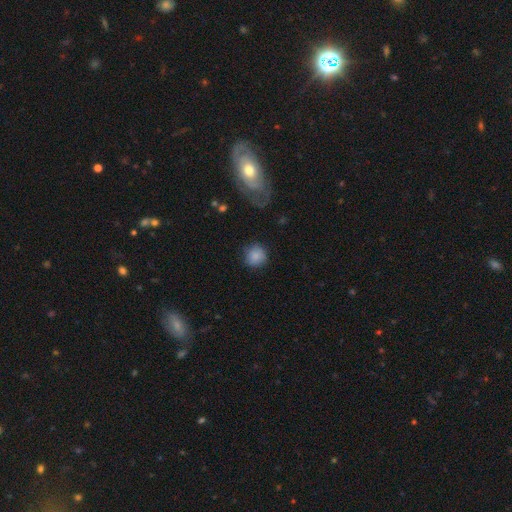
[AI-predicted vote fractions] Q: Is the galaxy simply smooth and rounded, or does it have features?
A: smooth — 84%.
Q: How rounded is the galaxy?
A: round — 90%.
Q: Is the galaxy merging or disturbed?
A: none — 80%.